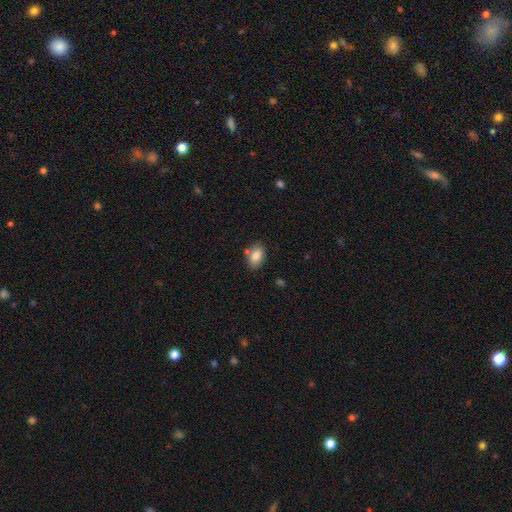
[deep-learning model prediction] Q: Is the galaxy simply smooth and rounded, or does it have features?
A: smooth — 84%.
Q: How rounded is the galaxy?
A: in between — 88%.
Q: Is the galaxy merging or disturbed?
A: none — 76%.